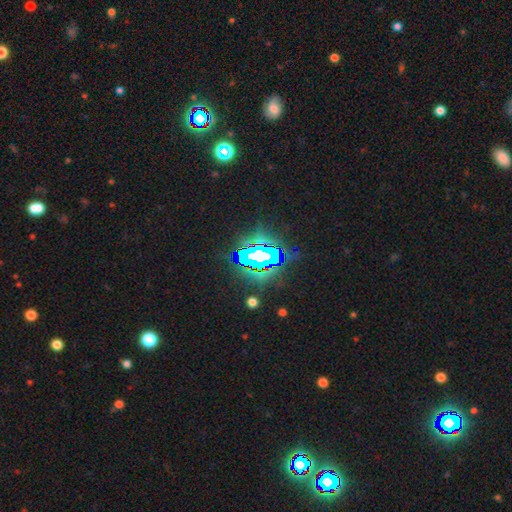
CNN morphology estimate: This is likely a star or artifact rather than a galaxy (72%).